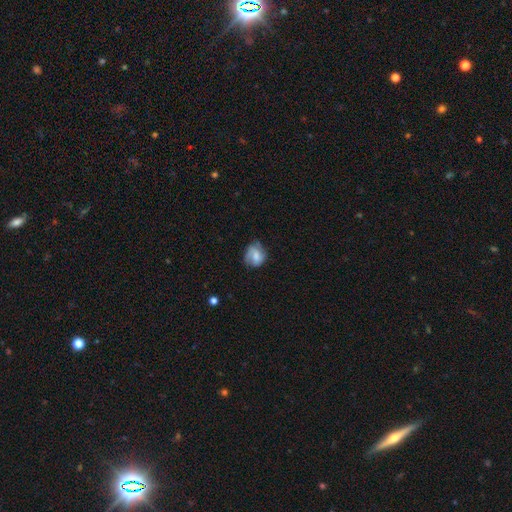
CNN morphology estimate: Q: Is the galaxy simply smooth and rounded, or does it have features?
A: smooth — 51%.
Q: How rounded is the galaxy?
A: round — 58%.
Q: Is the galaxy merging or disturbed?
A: none — 56%.